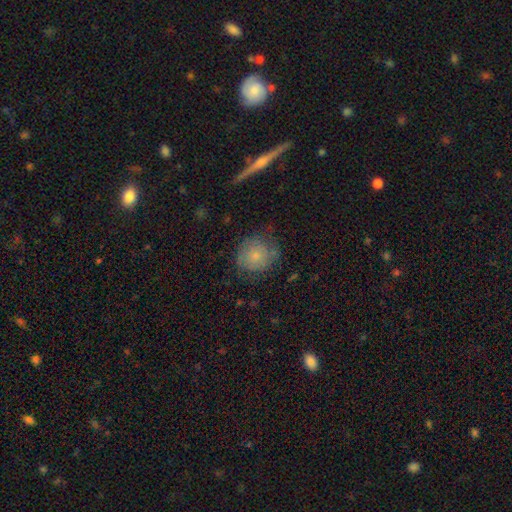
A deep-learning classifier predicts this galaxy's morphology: This is likely a smooth galaxy (69%). How rounded: clearly round (87%). Merging: likely none (67%).